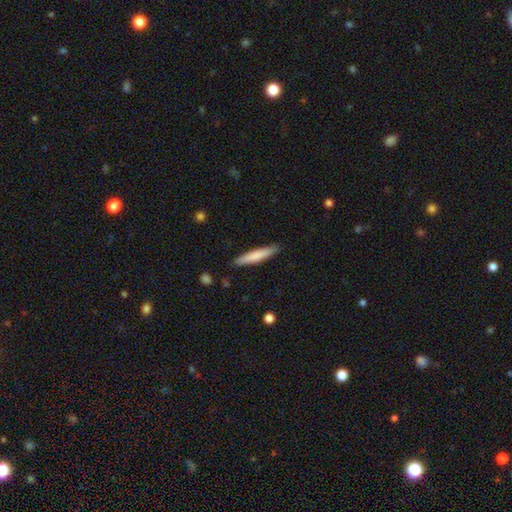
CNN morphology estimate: Overall: smooth (75%). How rounded: cigar-shaped (92%). Merging: none (89%).